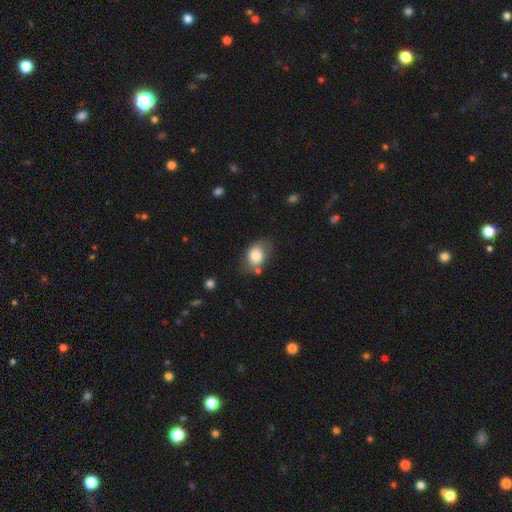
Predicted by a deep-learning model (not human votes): Smooth or featured? smooth (79%)
How rounded? in between (69%)
Merging? none (64%)